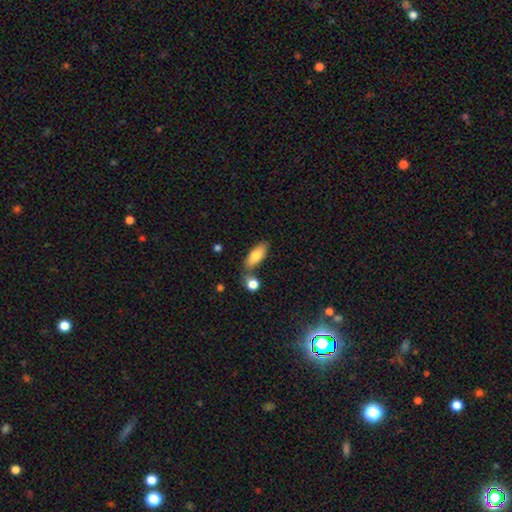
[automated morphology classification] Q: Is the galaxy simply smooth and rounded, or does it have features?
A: smooth — 81%.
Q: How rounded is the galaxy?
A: in between — 78%.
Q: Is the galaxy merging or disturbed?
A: none — 66%.